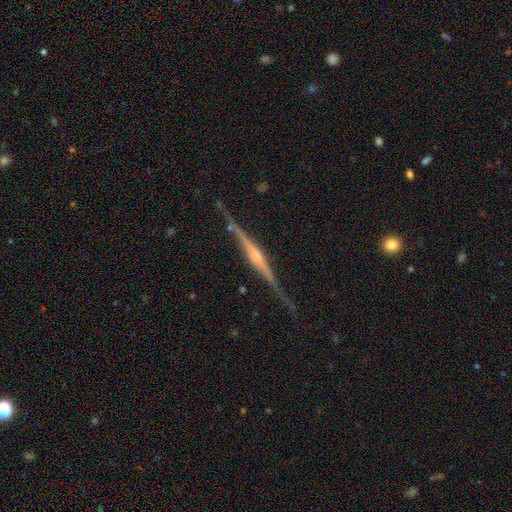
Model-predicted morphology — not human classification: Q: Smooth or featured?
A: featured or disk (86%); runner-up: smooth (8%)
Q: Edge-on disk?
A: yes (98%); runner-up: no (2%)
Q: Edge-on bulge?
A: rounded (70%); runner-up: boxy (18%)
Q: Merging?
A: none (84%); runner-up: minor disturbance (11%)